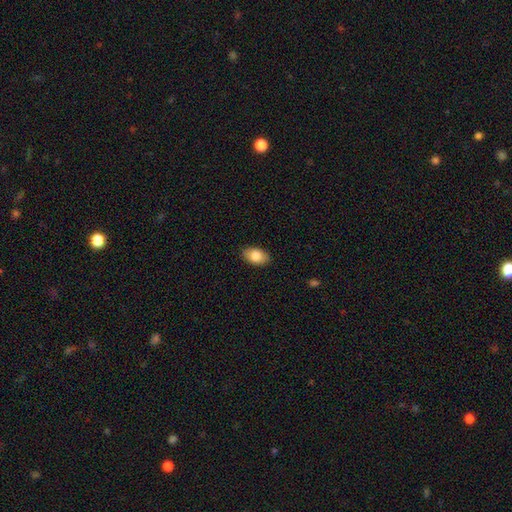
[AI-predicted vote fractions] Smooth or featured? Predicted: smooth (p=0.86). How rounded? Predicted: in between (p=0.90). Merging? Predicted: none (p=0.88).